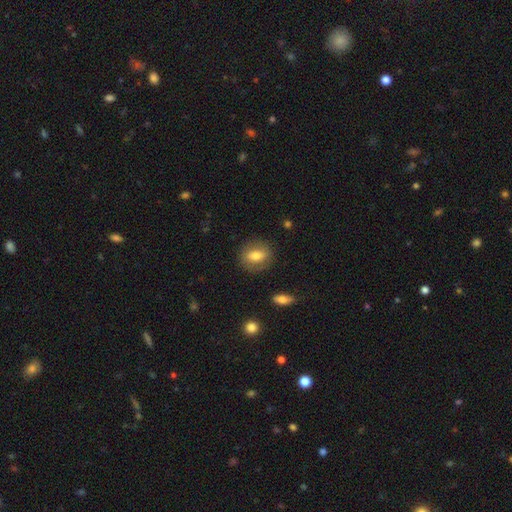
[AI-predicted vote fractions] A smooth galaxy with no disk features (68%) that is in between round and cigar-shaped (49%). Merging: none (83%).